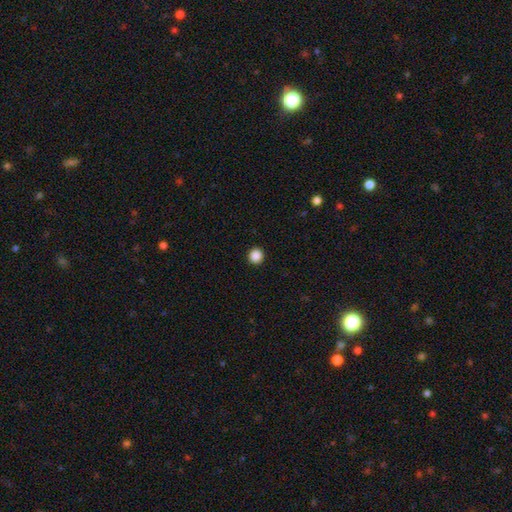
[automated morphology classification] The model was most divided on "smooth or featured": smooth: 88%, star or artifact: 10%, featured or disk: 2%. More confident: merging — none (93%); how rounded — round (92%).